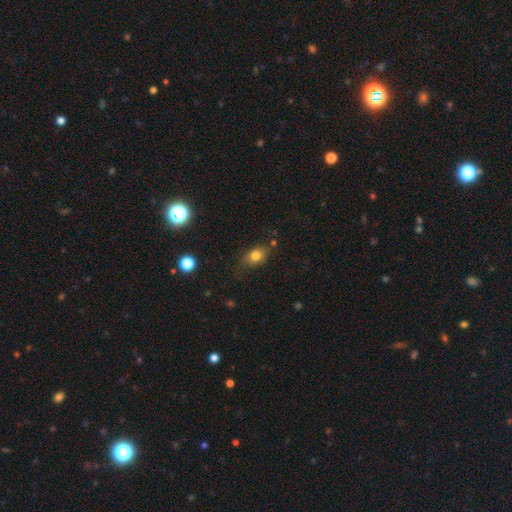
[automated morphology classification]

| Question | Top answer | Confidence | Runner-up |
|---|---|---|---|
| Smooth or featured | smooth | 79% | star or artifact (12%) |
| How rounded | in between | 68% | round (30%) |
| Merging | none | 72% | minor disturbance (20%) |